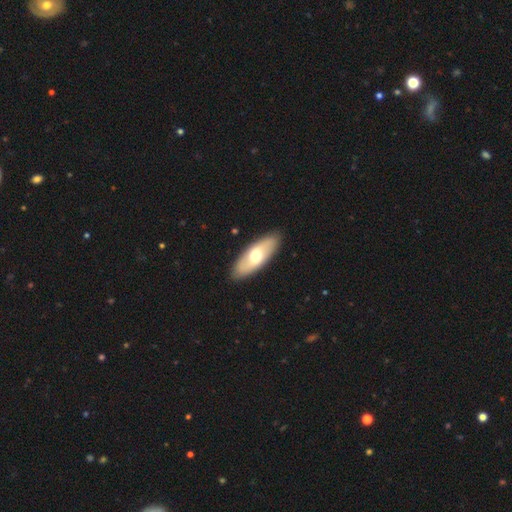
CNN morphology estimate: A smooth galaxy with no disk features (55%) that is in between round and cigar-shaped (76%).

Vote fractions:
- Smooth or featured? smooth: 55% / featured or disk: 40% / star or artifact: 5%
- How rounded? in between: 76% / cigar-shaped: 21% / round: 3%
- Merging? none: 89% / minor disturbance: 8% / major disturbance: 2% / merger: 1%